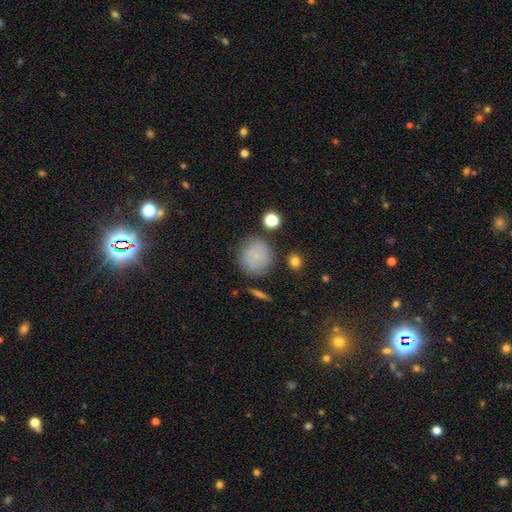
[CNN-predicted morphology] This appears to be a smooth galaxy with no disk features (77%) that is round (90%). Merging: none (78%).